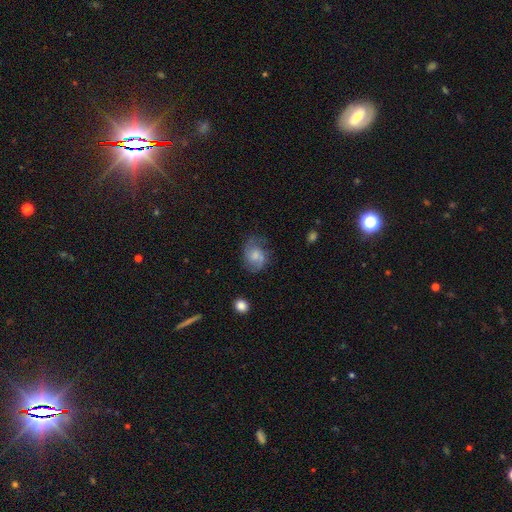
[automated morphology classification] This is possibly a featured or disk galaxy (52%). It is clearly not viewed edge-on (97%). Bar: possibly no (57%). Spiral arm pattern: clearly yes (86%). Central bulge: marginally moderate (34%, tied with small). Merging: possibly none (59%).